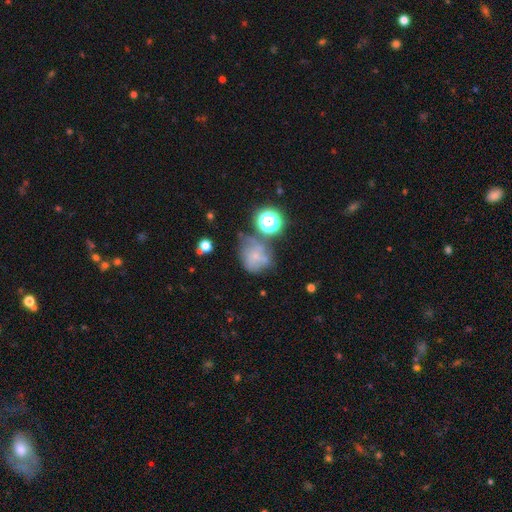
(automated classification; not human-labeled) A smooth galaxy with no disk features (43%).

Vote fractions:
- Smooth or featured? smooth: 43% / featured or disk: 34% / star or artifact: 22%
- Merging? none: 40% / minor disturbance: 24% / merger: 18% / major disturbance: 17%